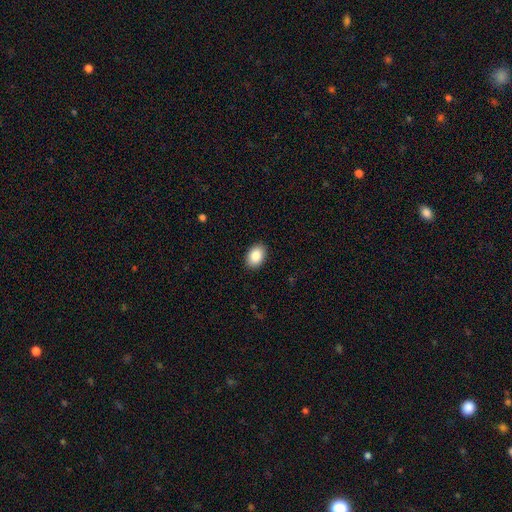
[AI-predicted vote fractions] A smooth galaxy with no disk features (87%) that is in between round and cigar-shaped (84%).

Vote fractions:
- Smooth or featured? smooth: 87% / star or artifact: 8% / featured or disk: 6%
- How rounded? in between: 84% / round: 15% / cigar-shaped: 1%
- Merging? none: 90% / minor disturbance: 7% / major disturbance: 2% / merger: 1%